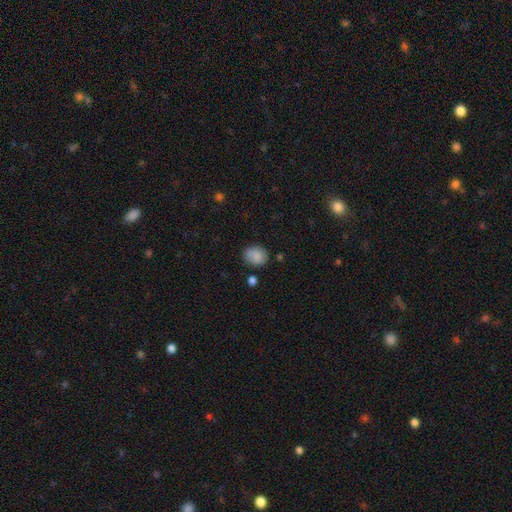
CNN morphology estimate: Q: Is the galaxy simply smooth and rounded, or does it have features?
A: smooth — 83%.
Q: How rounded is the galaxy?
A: round — 61%.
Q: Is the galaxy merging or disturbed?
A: none — 72%.